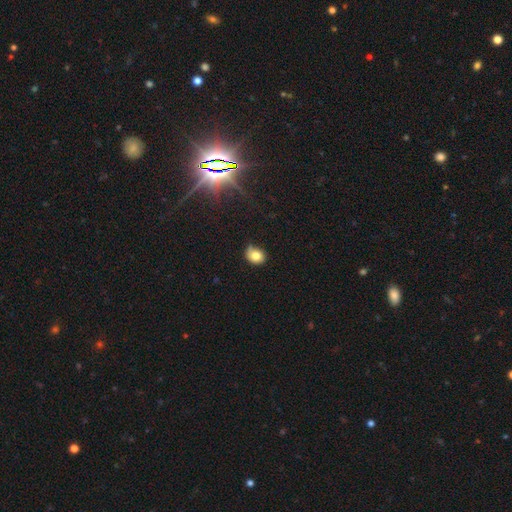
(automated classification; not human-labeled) Overall: smooth (78%). How rounded: round (54%; in between 45%). Merging: none (52%; minor disturbance 35%).